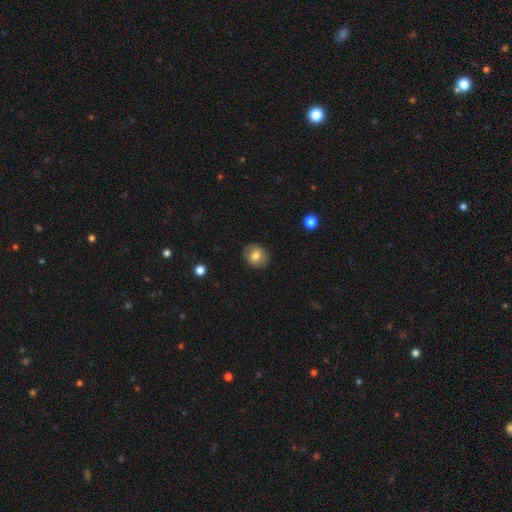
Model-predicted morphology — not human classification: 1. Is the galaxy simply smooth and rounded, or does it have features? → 76% smooth, 15% featured or disk, 9% star or artifact.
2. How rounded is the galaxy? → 61% round, 38% in between, 1% cigar-shaped.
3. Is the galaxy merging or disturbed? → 87% none, 9% minor disturbance, 2% major disturbance, 1% merger.